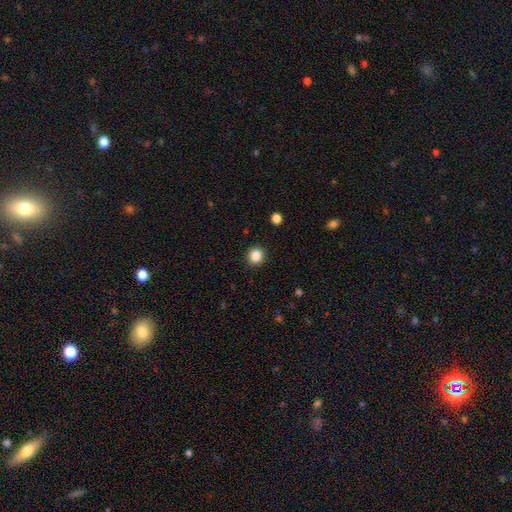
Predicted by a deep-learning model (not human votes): Smooth or featured? Predicted: smooth (p=0.85). How rounded? Predicted: round (p=0.91). Merging? Predicted: none (p=0.92).